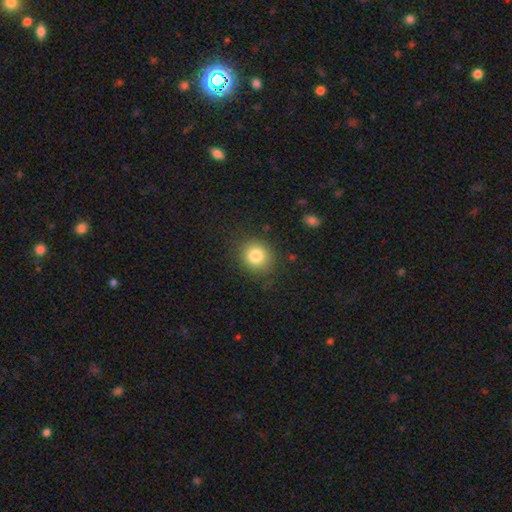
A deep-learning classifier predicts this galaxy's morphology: This is clearly a smooth galaxy (82%). How rounded: clearly round (84%). Merging: clearly none (86%).